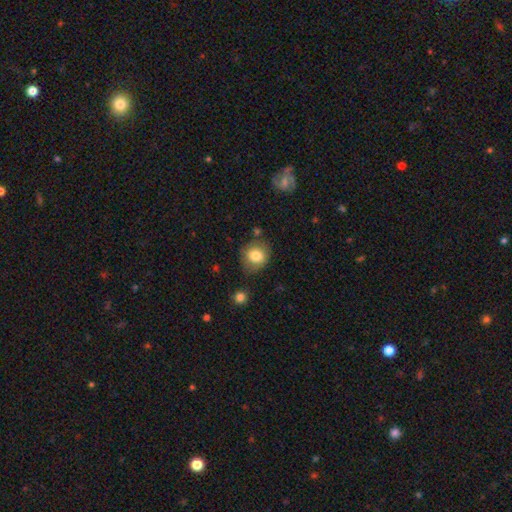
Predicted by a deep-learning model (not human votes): smooth-or-featured: smooth: 81% | featured or disk: 10% | star or artifact: 9%
  how-rounded: round: 78% | in between: 21% | cigar-shaped: 1%
  merging: none: 74% | minor disturbance: 17% | major disturbance: 5% | merger: 4%